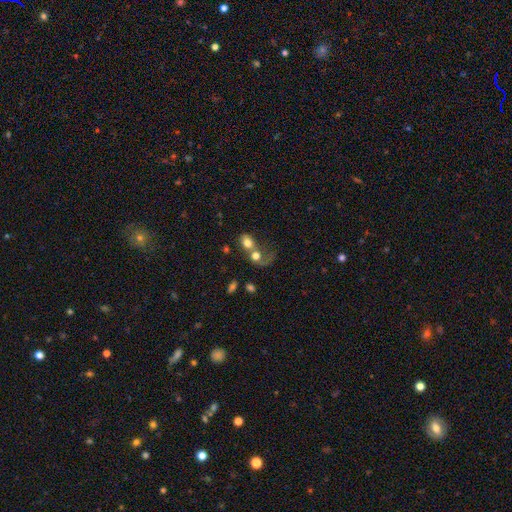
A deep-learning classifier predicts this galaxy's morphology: type=smooth (65%); roundness=round (55%); merging=merger (64%).